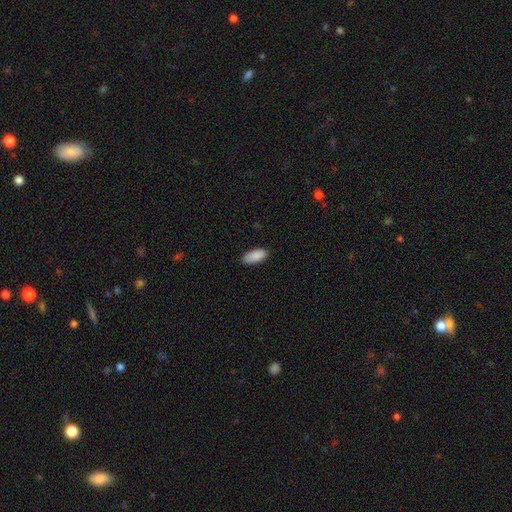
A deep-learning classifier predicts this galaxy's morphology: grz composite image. It shows a smooth galaxy with no disk features (89%) that is in between round and cigar-shaped (87%). Merging: none (85%).